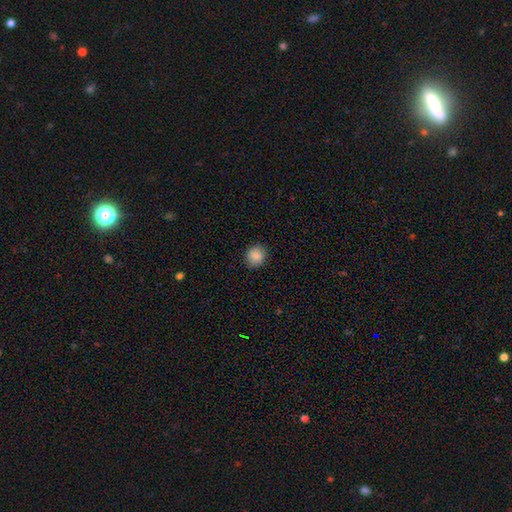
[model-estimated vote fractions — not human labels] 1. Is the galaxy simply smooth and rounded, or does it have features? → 87% smooth, 9% star or artifact, 4% featured or disk.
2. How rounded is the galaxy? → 79% round, 20% in between, 1% cigar-shaped.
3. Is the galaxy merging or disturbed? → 87% none, 10% minor disturbance, 2% major disturbance, 1% merger.